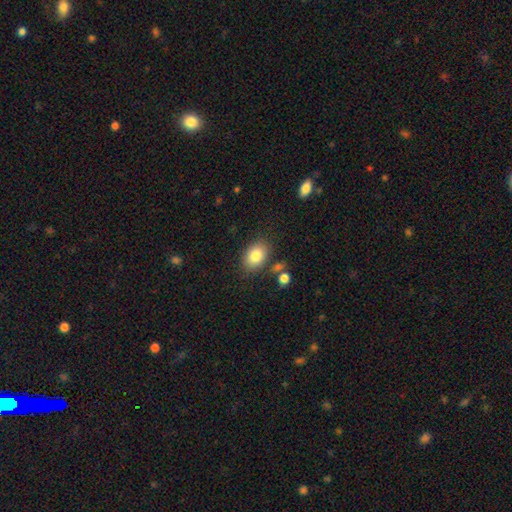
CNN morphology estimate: This appears to be a smooth galaxy with no disk features (82%) that is in between round and cigar-shaped (82%). Merging: none (80%).